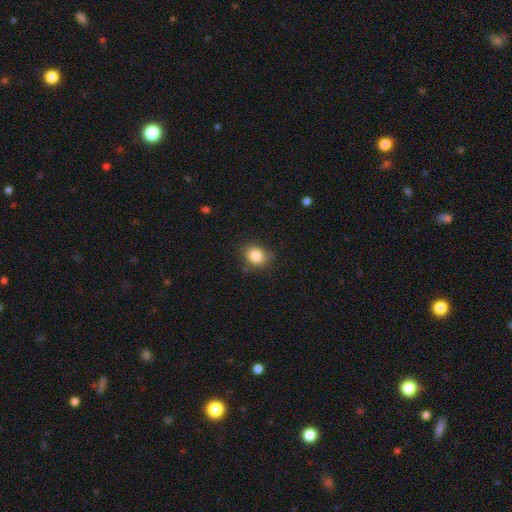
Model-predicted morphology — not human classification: Q: Smooth or featured?
A: smooth (85%); runner-up: star or artifact (10%)
Q: How rounded?
A: round (62%); runner-up: in between (37%)
Q: Merging?
A: none (80%); runner-up: minor disturbance (15%)